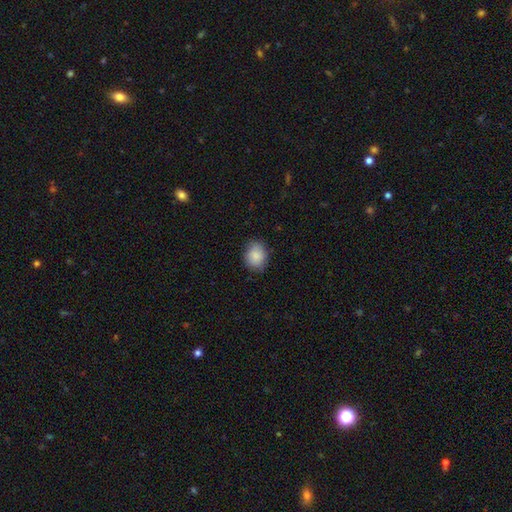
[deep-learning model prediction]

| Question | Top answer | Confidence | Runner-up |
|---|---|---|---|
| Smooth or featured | smooth | 88% | star or artifact (7%) |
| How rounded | in between | 52% | round (47%) |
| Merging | none | 83% | minor disturbance (14%) |